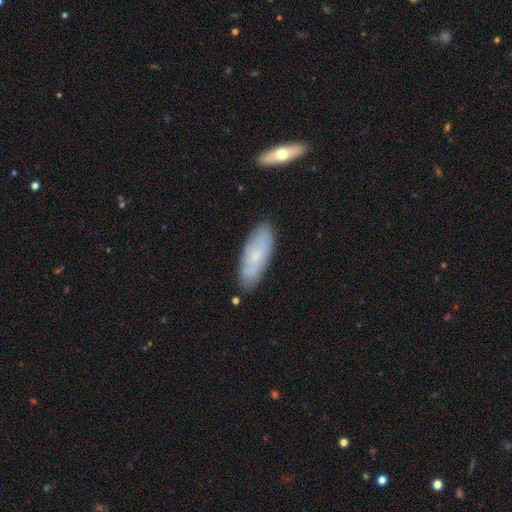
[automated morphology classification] Smooth or featured: smooth — 56% (featured or disk — 38%)
How rounded: in between — 69% (cigar-shaped — 29%)
Merging: none — 79% (minor disturbance — 15%)